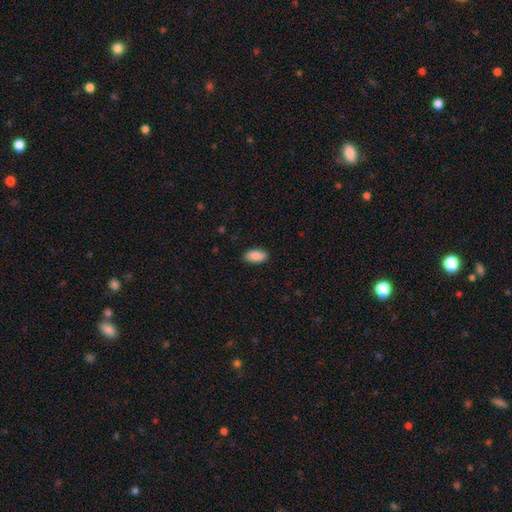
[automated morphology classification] This appears to be a smooth galaxy with no disk features (90%) that is in between round and cigar-shaped (94%). Merging: none (88%).